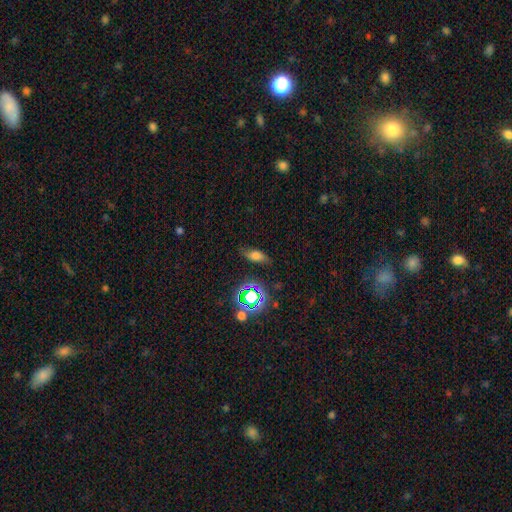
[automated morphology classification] A smooth galaxy with no disk features (61%) that is in between round and cigar-shaped (70%). Merging: none (74%).